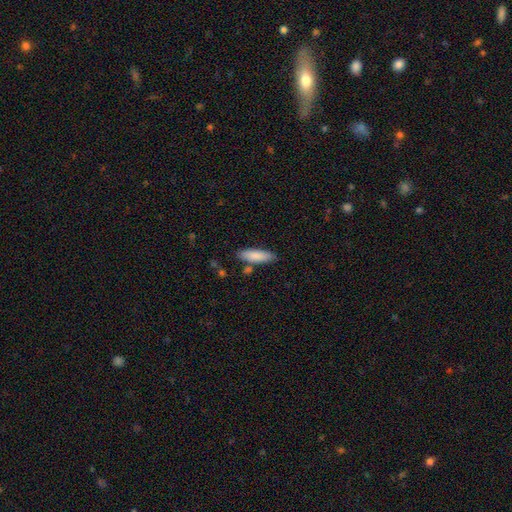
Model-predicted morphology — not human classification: Smooth or featured: smooth — 85% (featured or disk — 10%)
How rounded: cigar-shaped — 53% (in between — 46%)
Merging: none — 79% (minor disturbance — 12%)